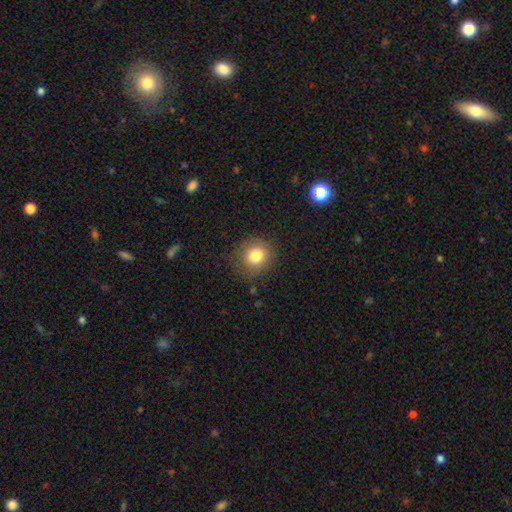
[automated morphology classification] Overall: smooth (80%). How rounded: round (85%). Merging: none (81%).